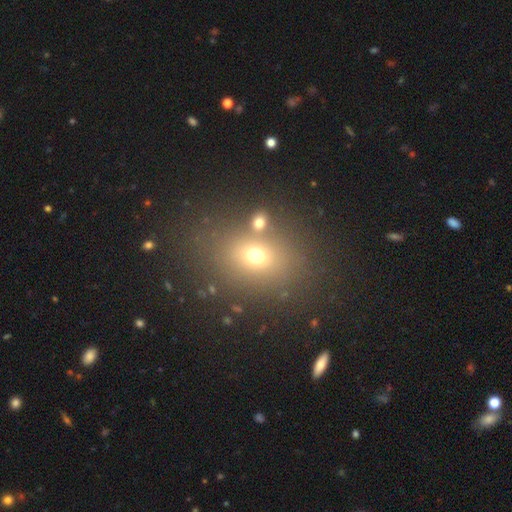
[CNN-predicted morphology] Smooth or featured: smooth — 66% (star or artifact — 20%)
How rounded: in between — 56% (round — 43%)
Merging: none — 71% (merger — 11%)